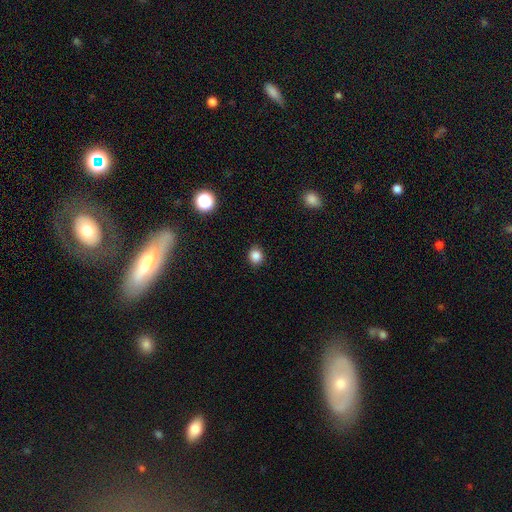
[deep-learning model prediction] Smooth or featured: smooth — 85% (star or artifact — 12%)
How rounded: round — 76% (in between — 23%)
Merging: none — 90% (minor disturbance — 7%)